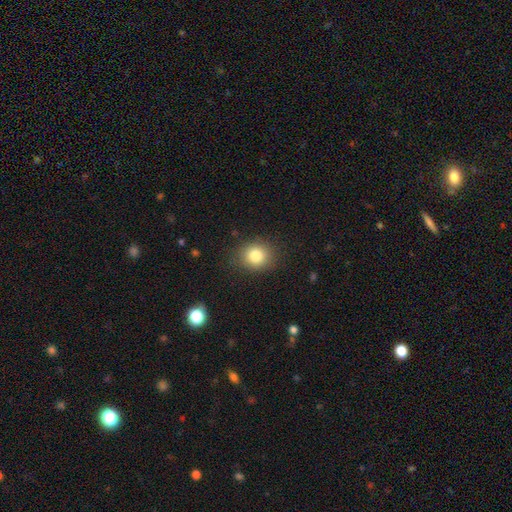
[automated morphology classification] smooth-or-featured: smooth: 81% | star or artifact: 11% | featured or disk: 8%
  how-rounded: round: 74% | in between: 25% | cigar-shaped: 1%
  merging: none: 86% | minor disturbance: 10% | major disturbance: 3% | merger: 1%